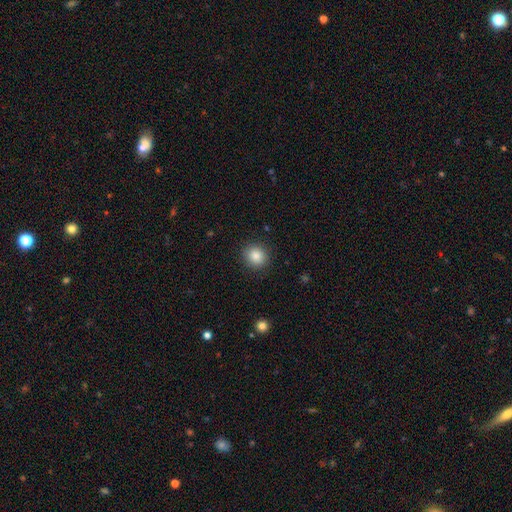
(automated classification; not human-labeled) A smooth galaxy with no disk features (86%) that is round (87%). Merging: none (89%).